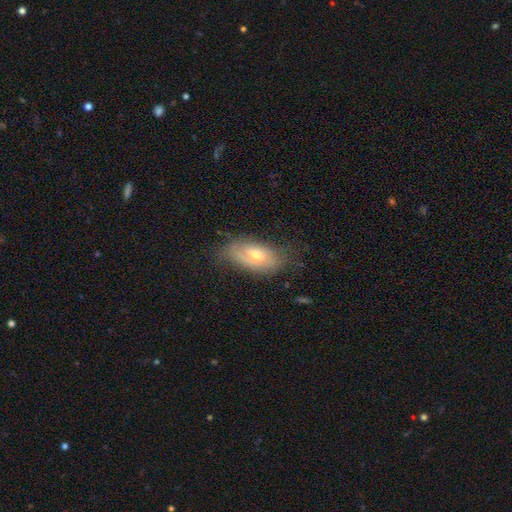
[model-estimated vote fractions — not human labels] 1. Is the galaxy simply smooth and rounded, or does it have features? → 50% smooth, 42% featured or disk, 9% star or artifact.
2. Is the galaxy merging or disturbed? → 61% none, 28% minor disturbance, 9% major disturbance, 2% merger.